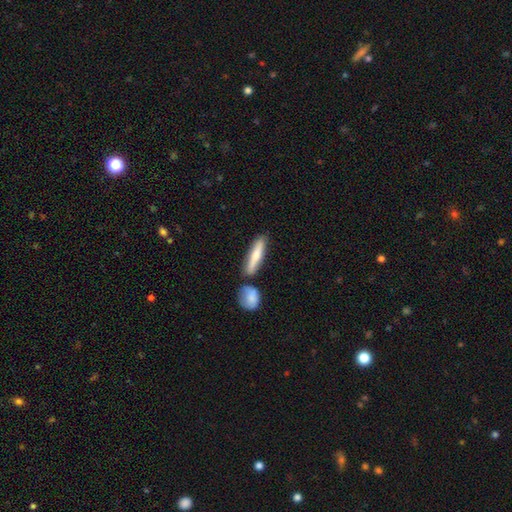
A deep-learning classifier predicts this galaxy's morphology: smooth_or_featured: smooth (p=0.62) [alt: featured or disk p=0.33]
how_rounded: cigar-shaped (p=0.81) [alt: in between p=0.17]
merging: none (p=0.74) [alt: minor disturbance p=0.12]